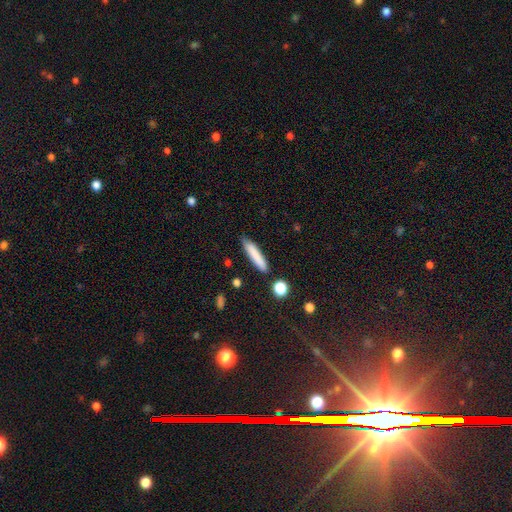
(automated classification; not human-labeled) A smooth galaxy with no disk features (81%) that is cigar-shaped (87%).

Vote fractions:
- Smooth or featured? smooth: 81% / featured or disk: 12% / star or artifact: 7%
- How rounded? cigar-shaped: 87% / in between: 12% / round: 1%
- Merging? none: 83% / minor disturbance: 11% / merger: 3% / major disturbance: 2%